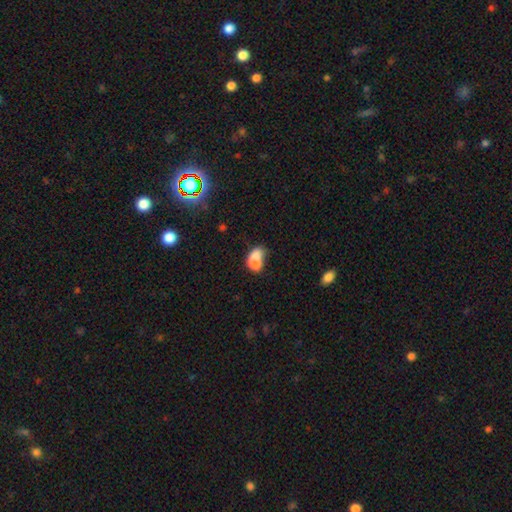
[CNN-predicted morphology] This is likely a smooth galaxy (72%). How rounded: likely in between (76%). Merging: possibly merger (47%).